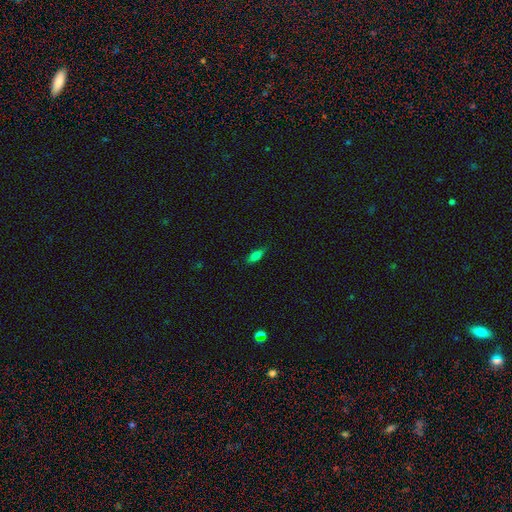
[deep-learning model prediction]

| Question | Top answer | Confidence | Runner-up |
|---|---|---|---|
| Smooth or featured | smooth | 74% | featured or disk (15%) |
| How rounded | in between | 68% | cigar-shaped (28%) |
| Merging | none | 80% | minor disturbance (15%) |